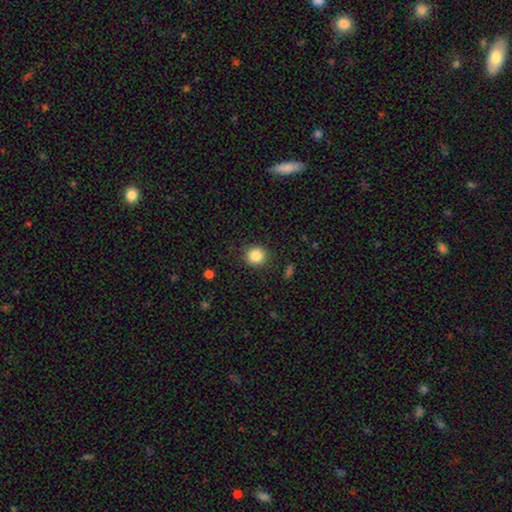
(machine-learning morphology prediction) This appears to be a smooth galaxy with no disk features (85%) that is round (89%). Merging: none (90%).